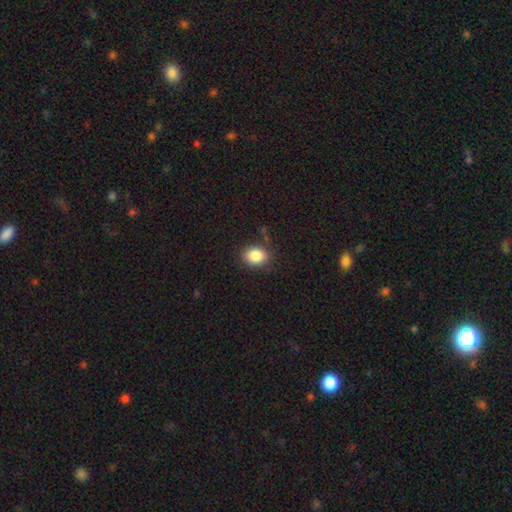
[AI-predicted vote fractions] Smooth or featured: smooth — 86% (star or artifact — 9%)
How rounded: in between — 54% (round — 45%)
Merging: none — 83% (minor disturbance — 12%)